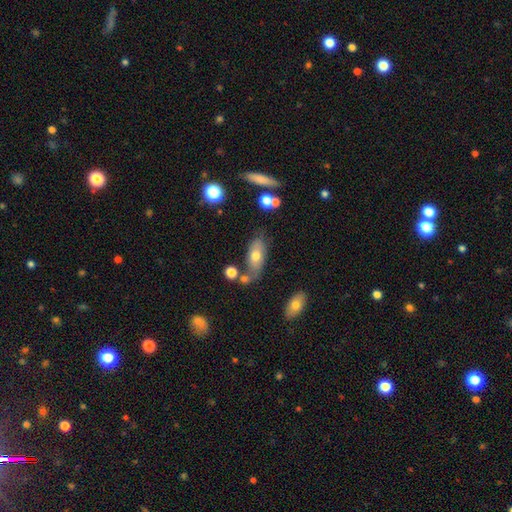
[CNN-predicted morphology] Smooth or featured?
  - smooth: 64% *
  - featured or disk: 27%
  - star or artifact: 9%
How rounded?
  - in between: 83% *
  - cigar-shaped: 13%
  - round: 4%
Merging?
  - none: 57% *
  - minor disturbance: 21%
  - merger: 14%
  - major disturbance: 8%